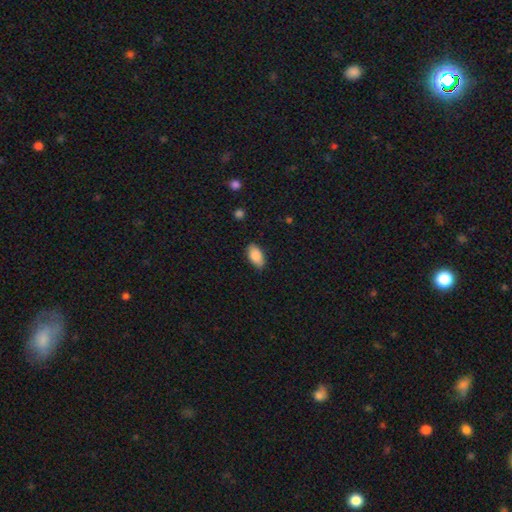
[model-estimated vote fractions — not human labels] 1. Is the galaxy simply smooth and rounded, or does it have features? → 86% smooth, 7% star or artifact, 7% featured or disk.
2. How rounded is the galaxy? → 93% in between, 4% round, 3% cigar-shaped.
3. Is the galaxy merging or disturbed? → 84% none, 12% minor disturbance, 3% major disturbance, 1% merger.